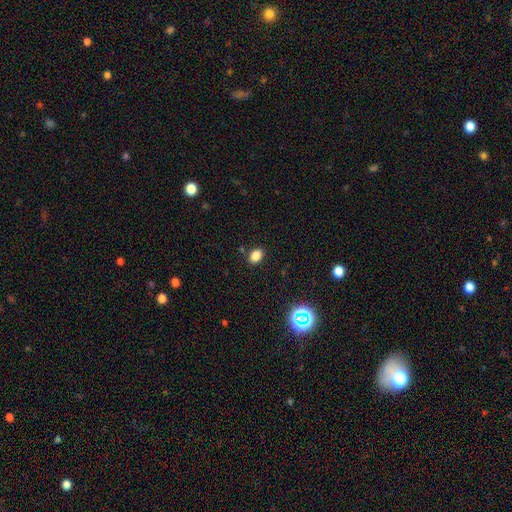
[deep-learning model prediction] smooth 83%, star or artifact 12%, featured or disk 5%. Down the decision tree: how rounded — in between (75%); merging — none (86%).